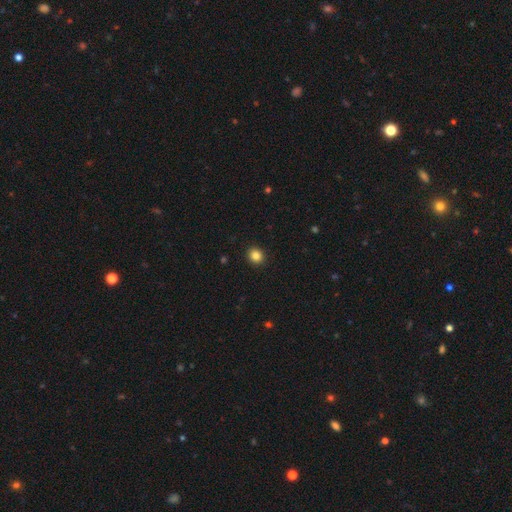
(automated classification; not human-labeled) The model was most divided on "how rounded": round: 80%, in between: 19%, cigar-shaped: 1%. More confident: merging — none (92%); smooth or featured — smooth (85%).